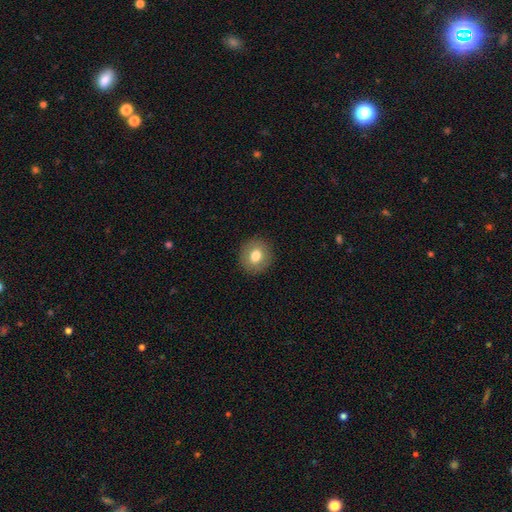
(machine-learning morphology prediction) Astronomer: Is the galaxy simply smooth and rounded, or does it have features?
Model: smooth — 77%.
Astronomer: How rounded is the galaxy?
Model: round — 85%.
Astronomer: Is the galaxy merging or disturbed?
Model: none — 91%.